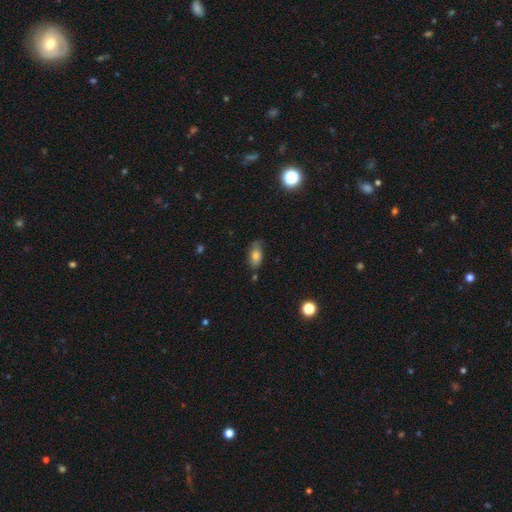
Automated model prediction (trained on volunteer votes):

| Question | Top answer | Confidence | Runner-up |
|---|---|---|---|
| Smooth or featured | smooth | 76% | featured or disk (14%) |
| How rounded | in between | 89% | cigar-shaped (6%) |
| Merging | none | 73% | minor disturbance (20%) |